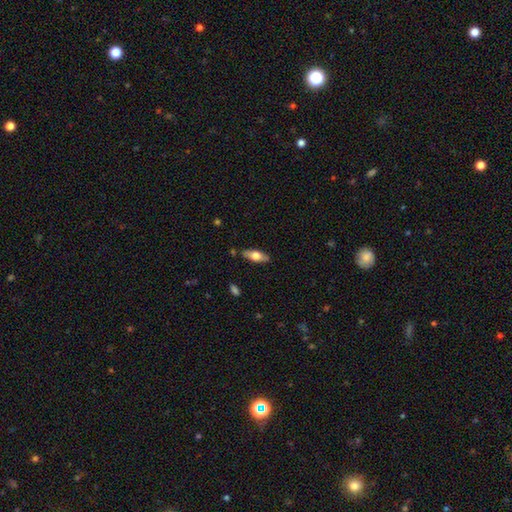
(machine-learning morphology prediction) Smooth or featured: smooth — 58% (featured or disk — 36%)
How rounded: in between — 66% (cigar-shaped — 31%)
Merging: none — 85% (minor disturbance — 11%)